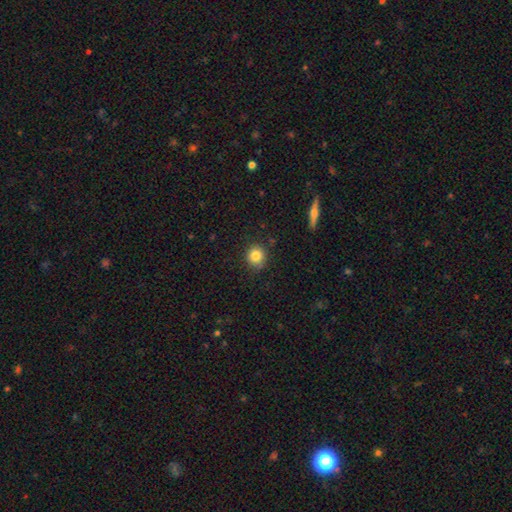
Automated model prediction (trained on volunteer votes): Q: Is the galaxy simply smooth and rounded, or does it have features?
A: smooth — 83%.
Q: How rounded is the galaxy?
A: round — 91%.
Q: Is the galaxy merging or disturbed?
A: none — 86%.